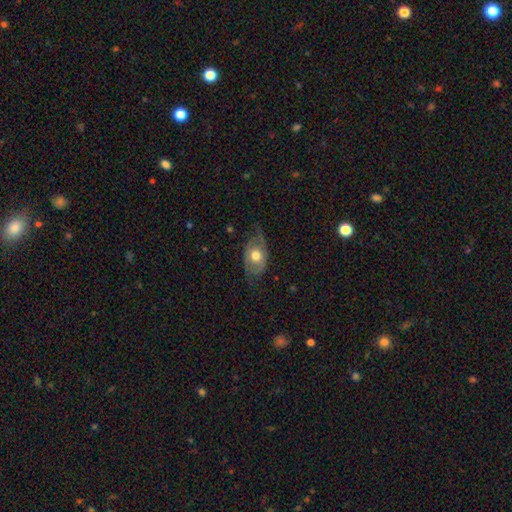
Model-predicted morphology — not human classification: The model was most divided on "smooth or featured": smooth: 51%, featured or disk: 43%, star or artifact: 6%. More confident: how rounded — in between (81%); merging — none (50%).